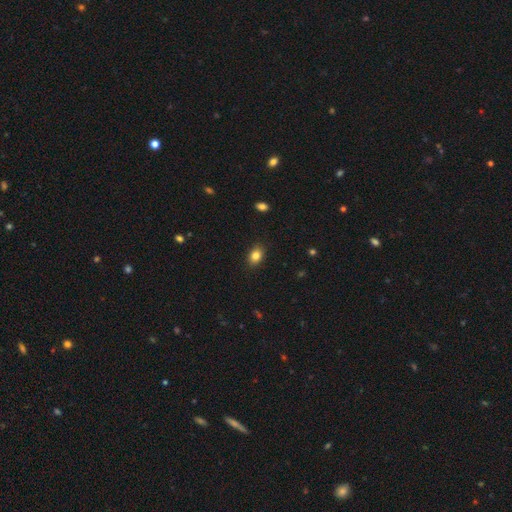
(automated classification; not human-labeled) Smooth or featured? smooth (83%)
How rounded? in between (72%)
Merging? none (88%)